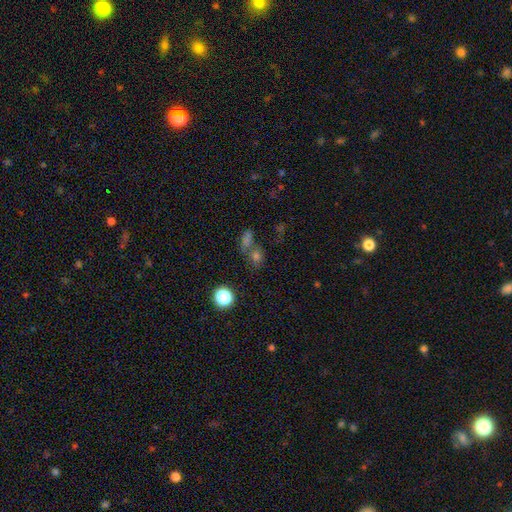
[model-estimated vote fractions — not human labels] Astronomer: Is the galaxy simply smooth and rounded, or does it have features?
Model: smooth — 59%.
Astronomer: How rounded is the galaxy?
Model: round — 66%.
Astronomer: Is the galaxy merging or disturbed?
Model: none — 45% (runner-up: merger, 39%).